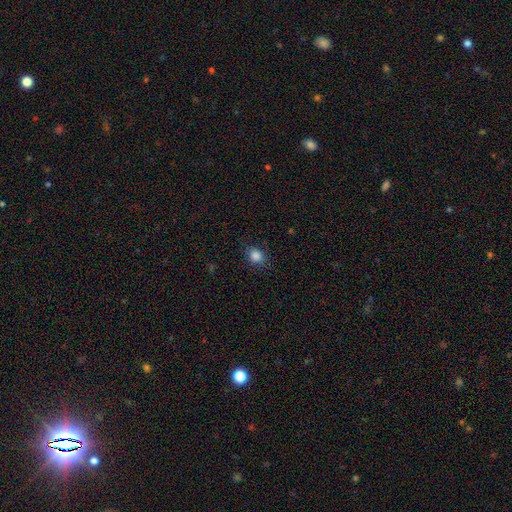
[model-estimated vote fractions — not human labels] Q: Smooth or featured?
A: smooth (85%); runner-up: star or artifact (11%)
Q: How rounded?
A: round (67%); runner-up: in between (32%)
Q: Merging?
A: none (83%); runner-up: minor disturbance (13%)